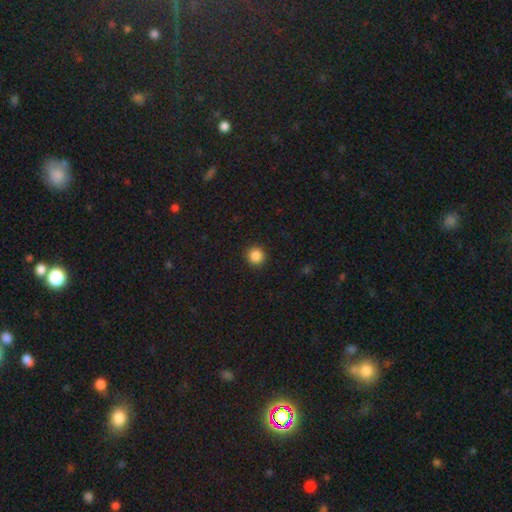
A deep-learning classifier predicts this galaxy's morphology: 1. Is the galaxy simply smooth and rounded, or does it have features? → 87% smooth, 10% star or artifact, 3% featured or disk.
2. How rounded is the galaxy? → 94% round, 5% in between, 1% cigar-shaped.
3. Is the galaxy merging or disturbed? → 93% none, 5% minor disturbance, 2% major disturbance, 1% merger.